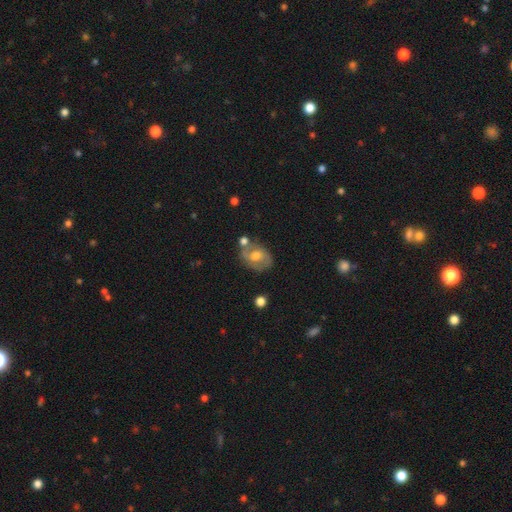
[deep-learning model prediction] A featured or disk galaxy (53%) with a weak bar (44%), spiral arms (69%) and a moderate central bulge (69%). Merging: none (58%).